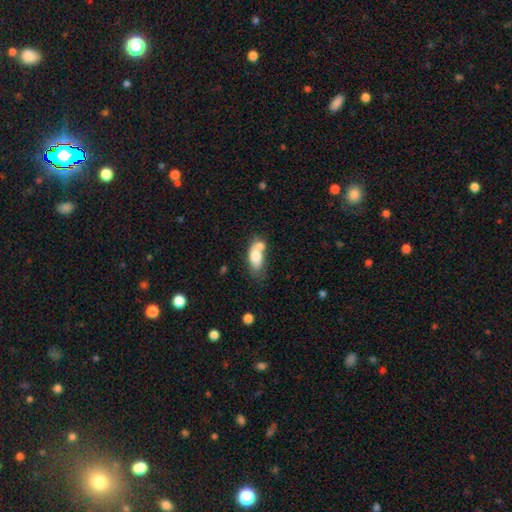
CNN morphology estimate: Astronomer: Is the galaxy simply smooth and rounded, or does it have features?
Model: smooth — 72%.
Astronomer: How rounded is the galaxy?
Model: in between — 84%.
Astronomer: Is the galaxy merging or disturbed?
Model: merger — 46% (runner-up: none, 29%).